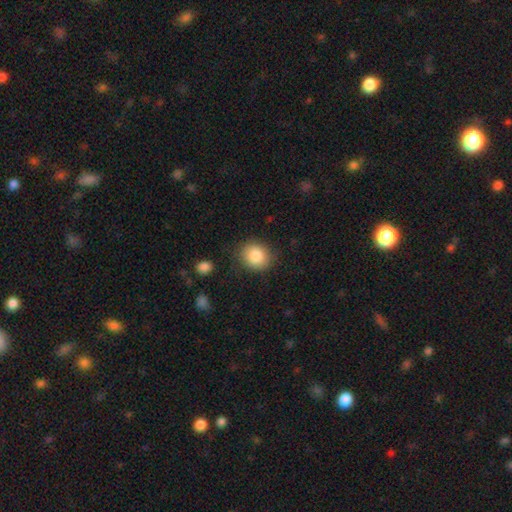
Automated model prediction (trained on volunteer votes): Smooth or featured? Predicted: smooth (p=0.86). How rounded? Predicted: round (p=0.79). Merging? Predicted: none (p=0.84).